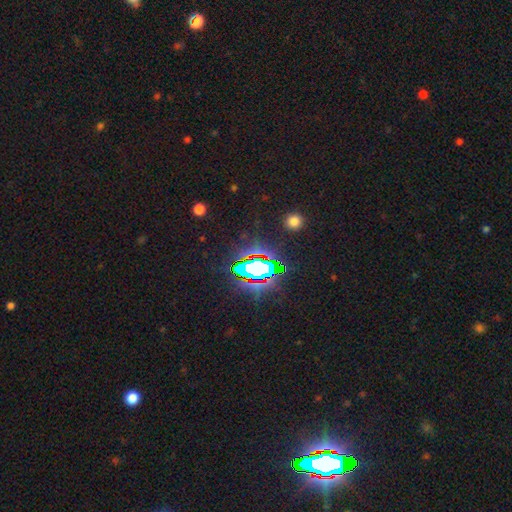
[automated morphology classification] The model was most divided on "smooth or featured": star or artifact: 83%, smooth: 10%, featured or disk: 7%.